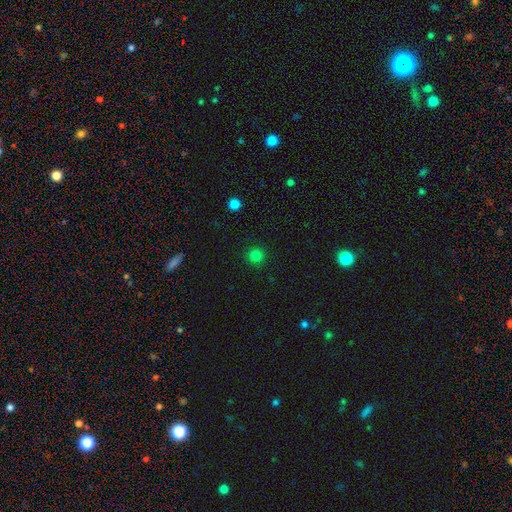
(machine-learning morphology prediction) Smooth or featured: smooth — 81% (star or artifact — 15%)
How rounded: round — 94% (in between — 5%)
Merging: none — 91% (minor disturbance — 5%)